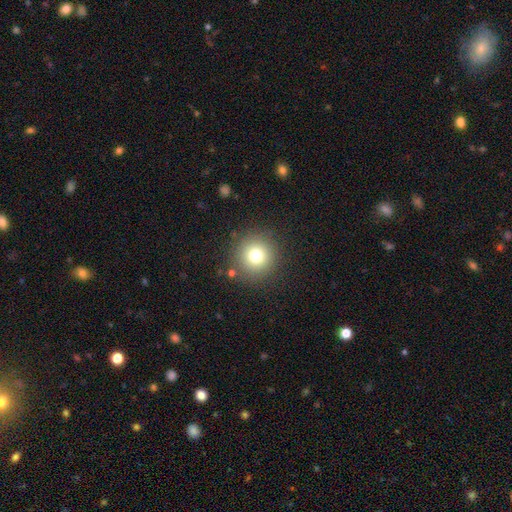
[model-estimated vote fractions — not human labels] This is likely a smooth galaxy (76%). How rounded: clearly round (94%). Merging: clearly none (87%).